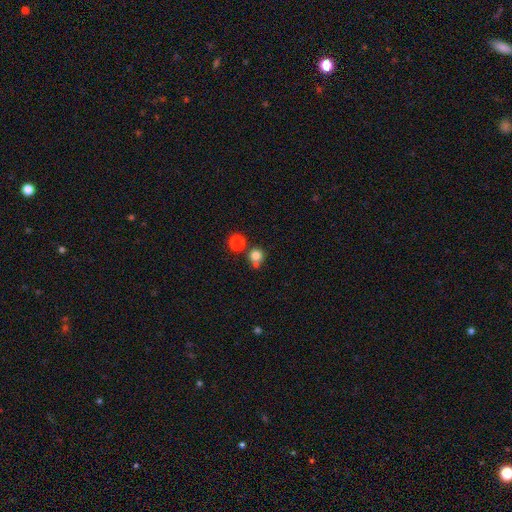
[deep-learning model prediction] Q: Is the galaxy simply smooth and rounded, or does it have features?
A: smooth — 80%.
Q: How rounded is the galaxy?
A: round — 91%.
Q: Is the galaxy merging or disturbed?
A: none — 65%.